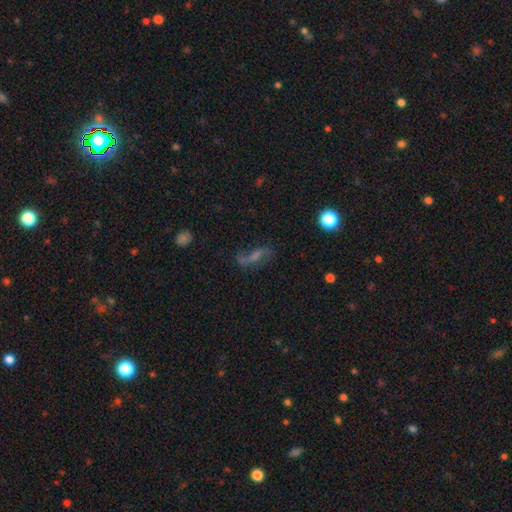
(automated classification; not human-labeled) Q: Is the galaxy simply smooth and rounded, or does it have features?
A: featured or disk — 43%.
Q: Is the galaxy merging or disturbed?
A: none — 52%.